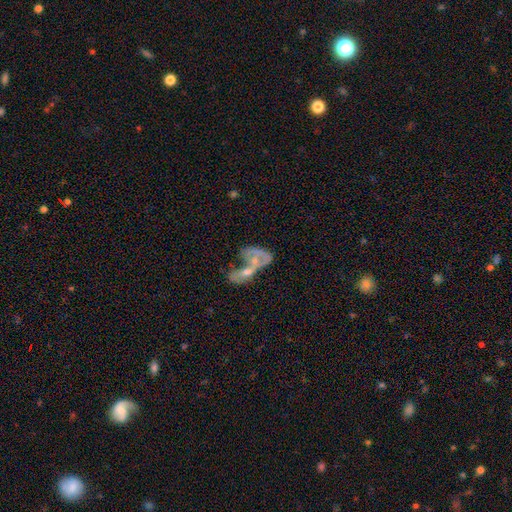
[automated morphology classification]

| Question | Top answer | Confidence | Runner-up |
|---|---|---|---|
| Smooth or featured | featured or disk | 54% | smooth (37%) |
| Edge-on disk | no | 94% | yes (6%) |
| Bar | no | 76% | weak (19%) |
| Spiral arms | no | 65% | yes (35%) |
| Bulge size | moderate | 39% | small (32%) |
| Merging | merger | 72% | major disturbance (13%) |